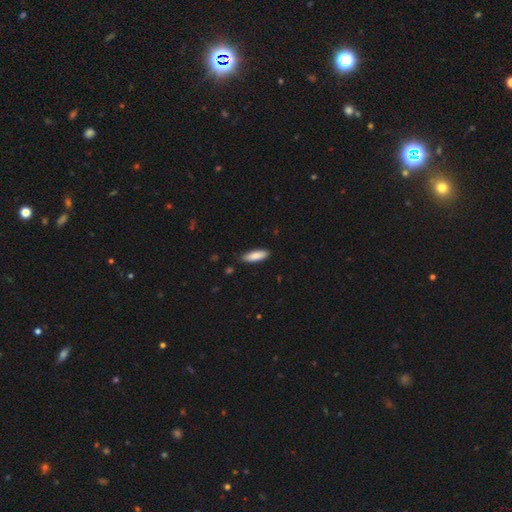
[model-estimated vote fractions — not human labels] Smooth or featured? Predicted: smooth (p=0.88). How rounded? Predicted: in between (p=0.53). Merging? Predicted: none (p=0.86).